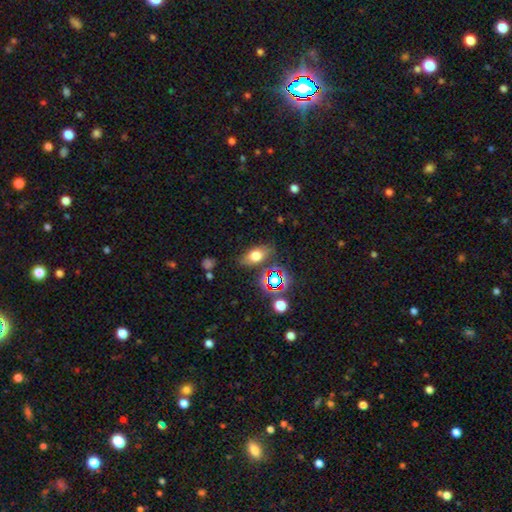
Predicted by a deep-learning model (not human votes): A smooth galaxy with no disk features (64%) that is in between round and cigar-shaped (78%).

Vote fractions:
- Smooth or featured? smooth: 64% / star or artifact: 18% / featured or disk: 18%
- How rounded? in between: 78% / round: 13% / cigar-shaped: 9%
- Merging? none: 78% / minor disturbance: 14% / major disturbance: 4% / merger: 4%